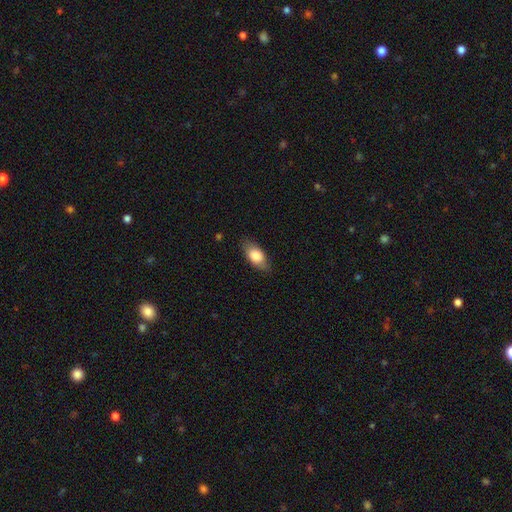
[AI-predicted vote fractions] Overall: smooth (78%). How rounded: in between (88%). Merging: none (81%).